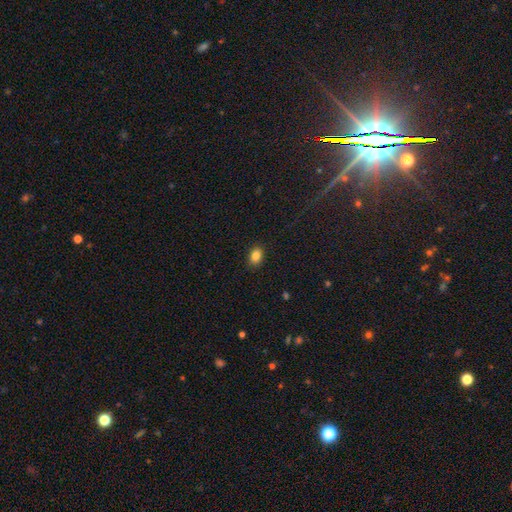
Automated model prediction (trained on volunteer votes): Overall: smooth (85%). How rounded: in between (77%). Merging: none (88%).